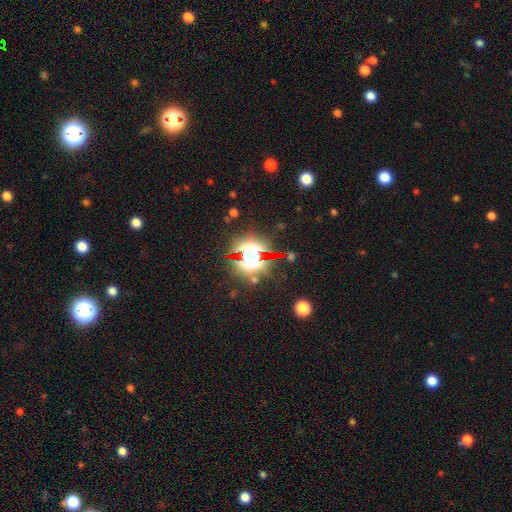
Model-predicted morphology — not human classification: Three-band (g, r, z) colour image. It shows a star or artifact, not a galaxy (77%).